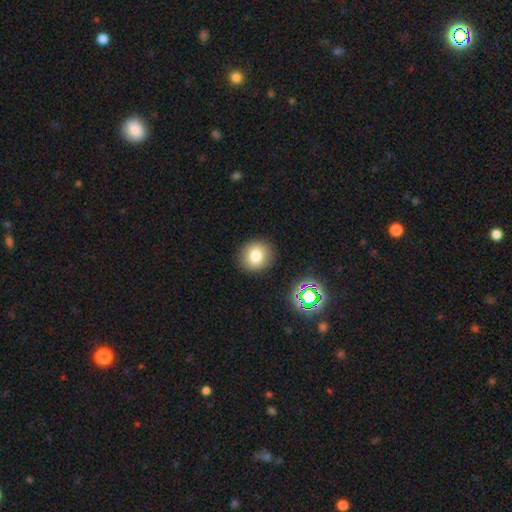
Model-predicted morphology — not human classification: This appears to be a smooth galaxy with no disk features (78%) that is round (87%). Merging: none (89%).